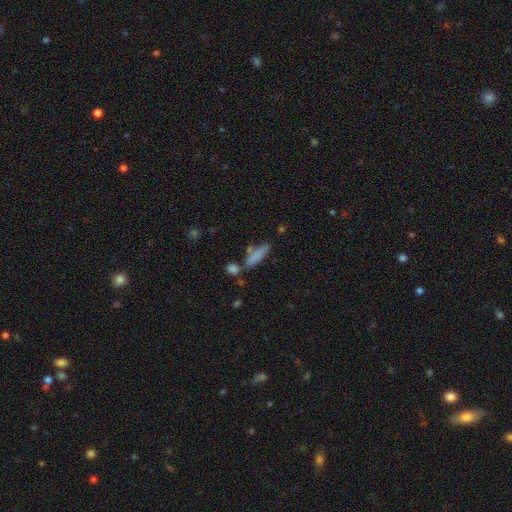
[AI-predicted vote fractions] This appears to be a smooth galaxy with no disk features (80%) that is cigar-shaped (60%). Merging: none (62%).